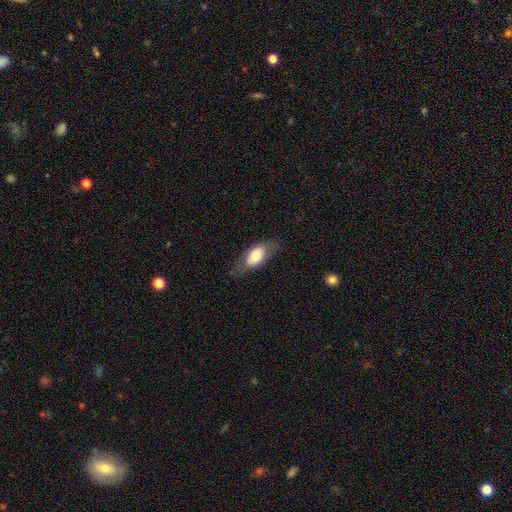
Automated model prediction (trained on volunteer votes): Smooth or featured? smooth (67%)
How rounded? in between (87%)
Merging? none (74%)